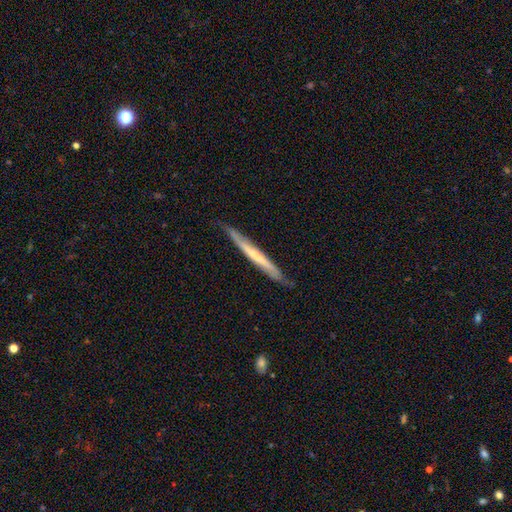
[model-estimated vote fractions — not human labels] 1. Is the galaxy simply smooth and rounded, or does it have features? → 53% featured or disk, 42% smooth, 5% star or artifact.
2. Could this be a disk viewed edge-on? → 91% yes, 9% no.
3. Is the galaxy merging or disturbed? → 80% none, 16% minor disturbance, 2% major disturbance, 1% merger.